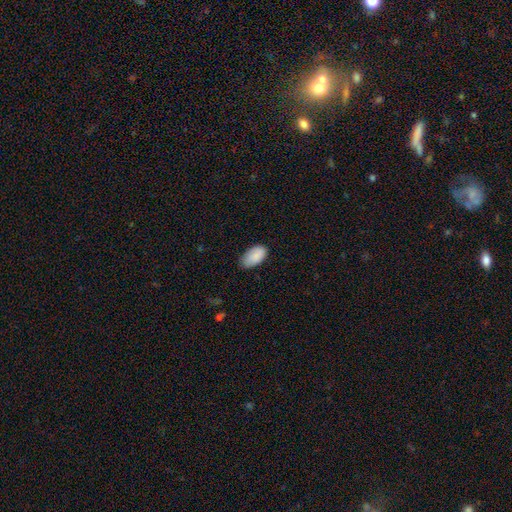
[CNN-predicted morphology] A smooth galaxy with no disk features (89%) that is in between round and cigar-shaped (95%).

Vote fractions:
- Smooth or featured? smooth: 89% / star or artifact: 6% / featured or disk: 5%
- How rounded? in between: 95% / round: 3% / cigar-shaped: 2%
- Merging? none: 74% / minor disturbance: 22% / major disturbance: 3% / merger: 1%